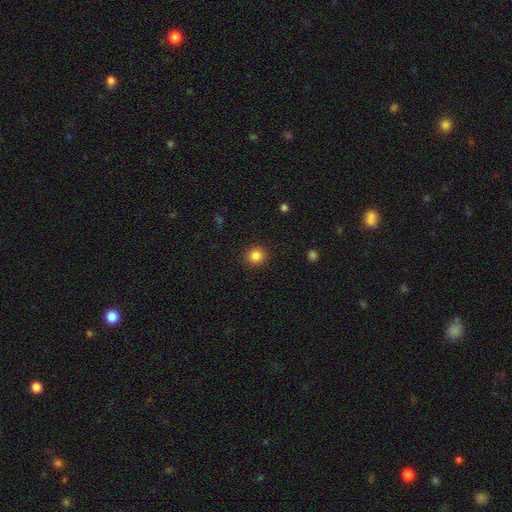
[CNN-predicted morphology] The model was most divided on "smooth or featured": smooth: 86%, star or artifact: 11%, featured or disk: 4%. More confident: merging — none (91%); how rounded — round (90%).